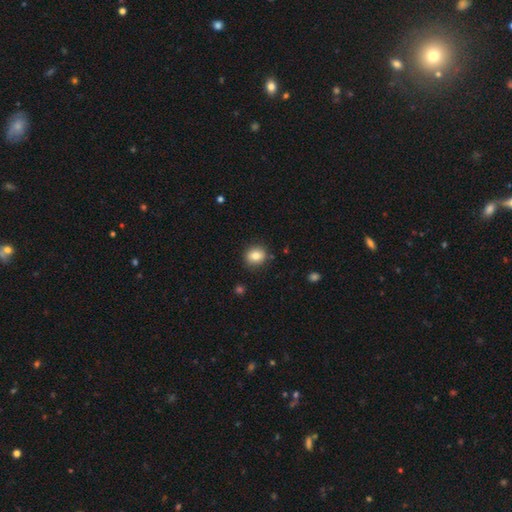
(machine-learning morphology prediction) Smooth or featured? Predicted: smooth (p=0.81). How rounded? Predicted: round (p=0.76). Merging? Predicted: none (p=0.86).